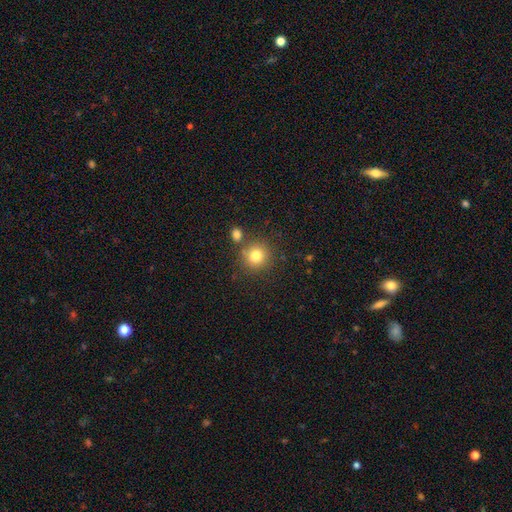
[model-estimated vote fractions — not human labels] smooth_or_featured: smooth (p=0.80) [alt: star or artifact p=0.12]
how_rounded: round (p=0.91) [alt: in between p=0.08]
merging: none (p=0.76) [alt: merger p=0.12]